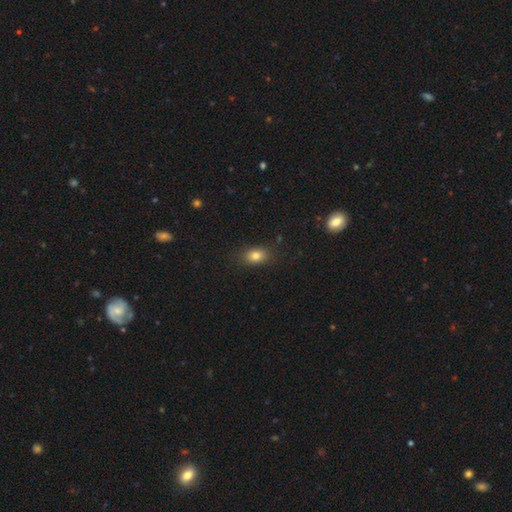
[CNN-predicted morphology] Smooth or featured? Predicted: smooth (p=0.81). How rounded? Predicted: in between (p=0.76). Merging? Predicted: none (p=0.84).